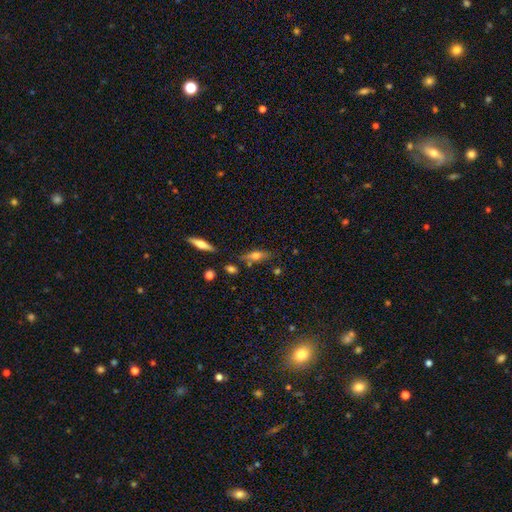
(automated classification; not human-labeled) Smooth or featured? Predicted: smooth (p=0.48). Merging? Predicted: none (p=0.67).